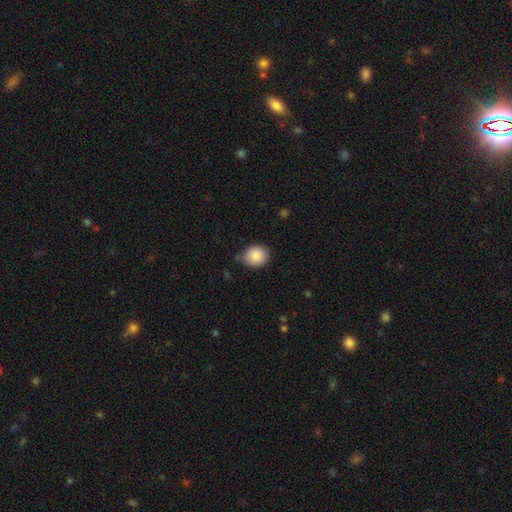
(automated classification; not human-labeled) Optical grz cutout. It shows a smooth galaxy with no disk features (87%) that is round (76%). Merging: none (78%).